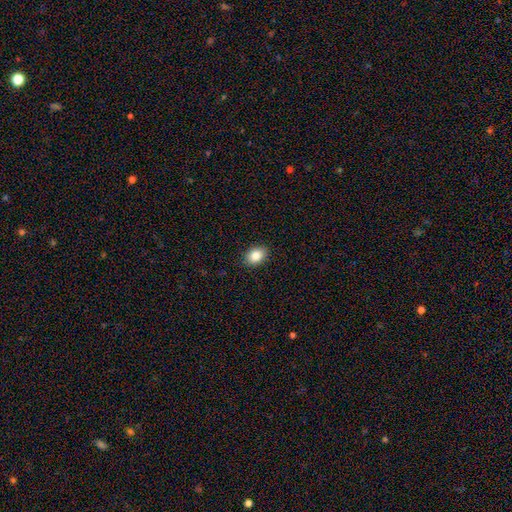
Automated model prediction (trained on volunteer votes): smooth 86%, star or artifact 8%, featured or disk 6%. Down the decision tree: how rounded — in between (74%); merging — none (90%).